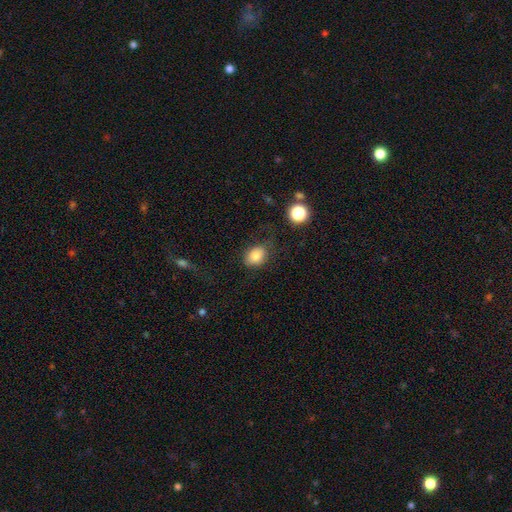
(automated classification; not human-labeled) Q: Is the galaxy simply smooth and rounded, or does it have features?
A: smooth — 82%.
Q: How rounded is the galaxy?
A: in between — 63%.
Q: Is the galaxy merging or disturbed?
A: none — 69%.